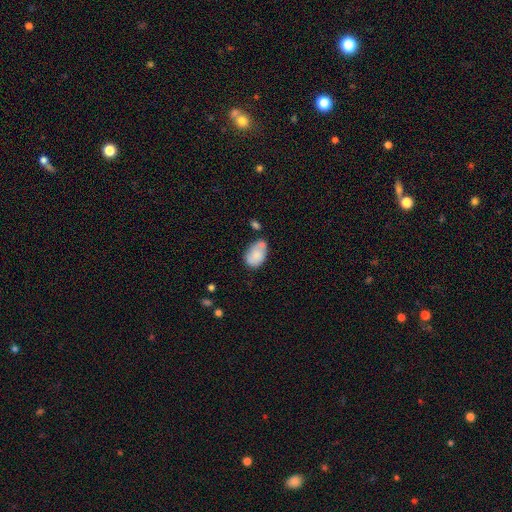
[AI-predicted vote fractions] A smooth galaxy with no disk features (78%) that is in between round and cigar-shaped (86%).

Vote fractions:
- Smooth or featured? smooth: 78% / featured or disk: 15% / star or artifact: 7%
- How rounded? in between: 86% / round: 13% / cigar-shaped: 1%
- Merging? none: 40% / merger: 27% / minor disturbance: 25% / major disturbance: 8%